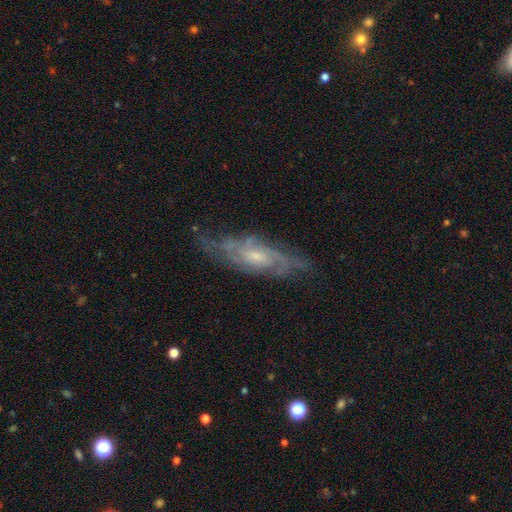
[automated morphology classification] Smooth or featured: featured or disk — 80% (smooth — 14%)
Edge-on disk: no — 82% (yes — 18%)
Bar: no — 59% (weak — 36%)
Spiral arms: yes — 90% (no — 10%)
Spiral winding: tight — 45% (medium — 42%)
Spiral arm count: can't tell — 44% (2 — 28%)
Bulge size: moderate — 45% (small — 44%)
Merging: none — 65% (minor disturbance — 23%)